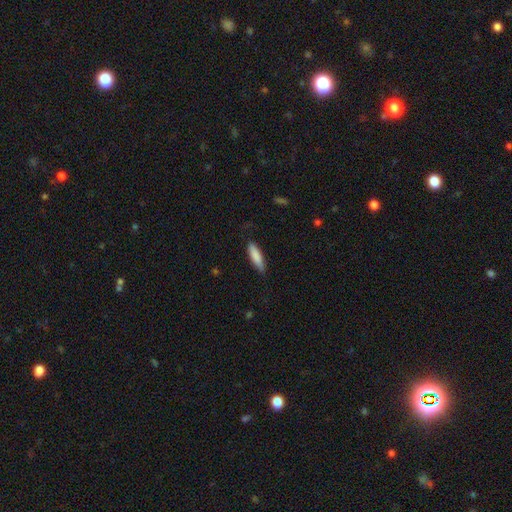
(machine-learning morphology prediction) Smooth or featured? smooth (83%)
How rounded? cigar-shaped (69%)
Merging? none (79%)